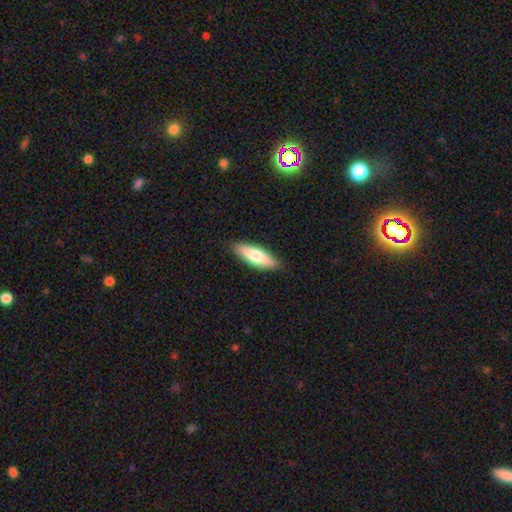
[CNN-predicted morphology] A smooth galaxy with no disk features (65%) that is cigar-shaped (50%).

Vote fractions:
- Smooth or featured? smooth: 65% / featured or disk: 29% / star or artifact: 5%
- How rounded? cigar-shaped: 50% / in between: 48% / round: 2%
- Merging? none: 88% / minor disturbance: 9% / major disturbance: 2% / merger: 1%